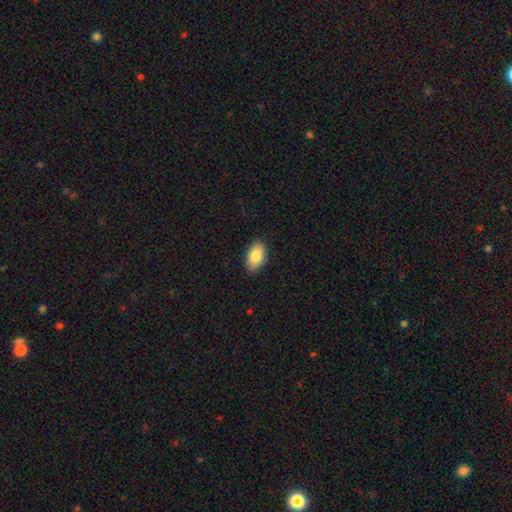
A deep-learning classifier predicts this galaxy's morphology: This is clearly a smooth galaxy (85%). How rounded: clearly in between (92%). Merging: clearly none (87%).